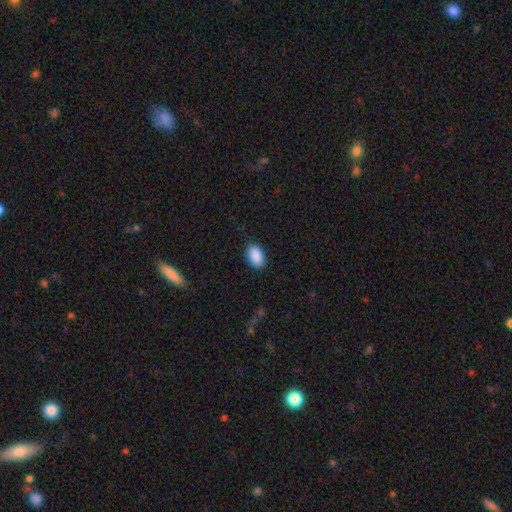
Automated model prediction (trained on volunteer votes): smooth 90%, star or artifact 7%, featured or disk 3%. Down the decision tree: how rounded — in between (92%); merging — none (85%).